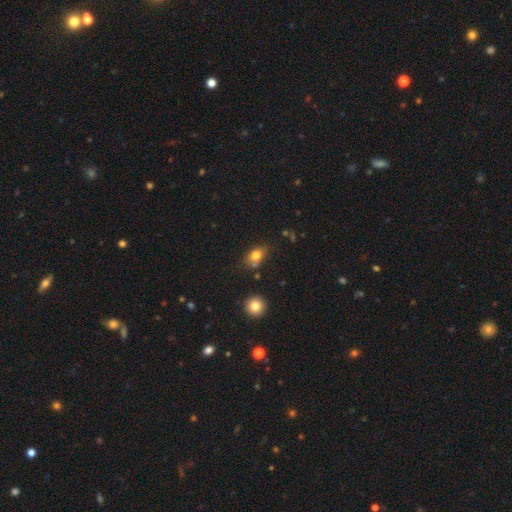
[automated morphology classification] This appears to be a smooth galaxy with no disk features (78%) that is in between round and cigar-shaped (73%). Merging: none (65%).